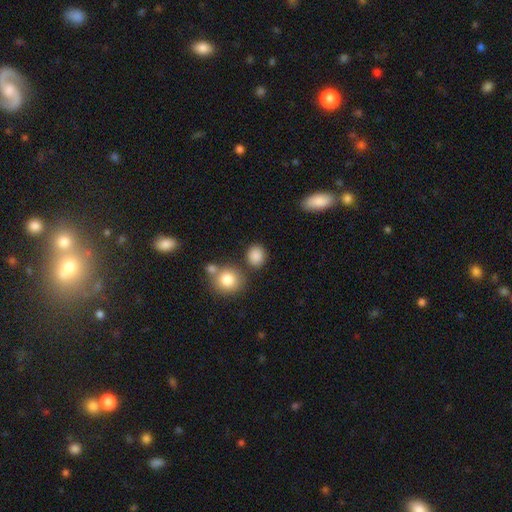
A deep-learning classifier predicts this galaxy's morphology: smooth 86%, star or artifact 10%, featured or disk 4%. Down the decision tree: how rounded — round (76%); merging — none (78%).